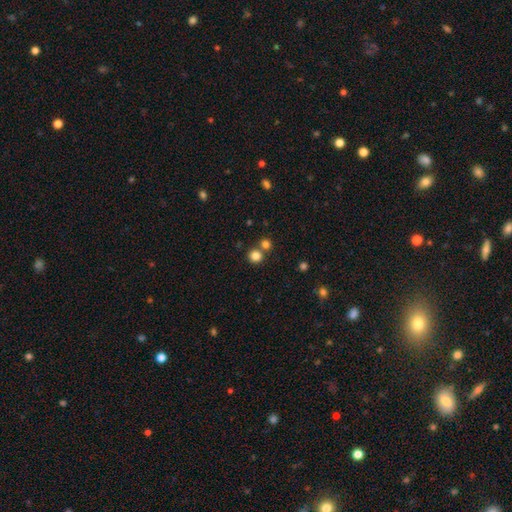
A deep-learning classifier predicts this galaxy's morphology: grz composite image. It shows a smooth galaxy with no disk features (82%) that is round (92%). Merging: none (69%).